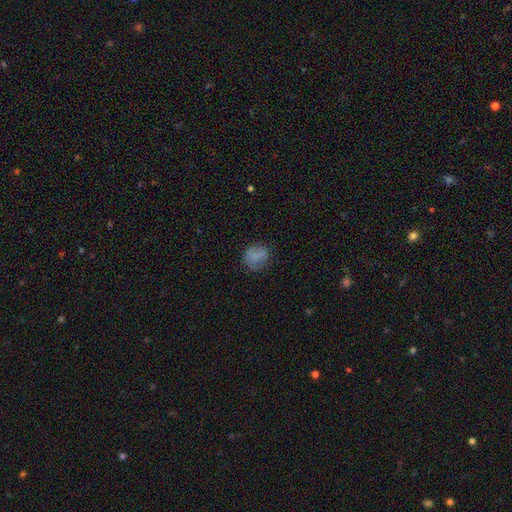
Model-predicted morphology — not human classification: Smooth or featured: smooth — 78% (star or artifact — 12%)
How rounded: round — 63% (in between — 36%)
Merging: none — 68% (minor disturbance — 21%)